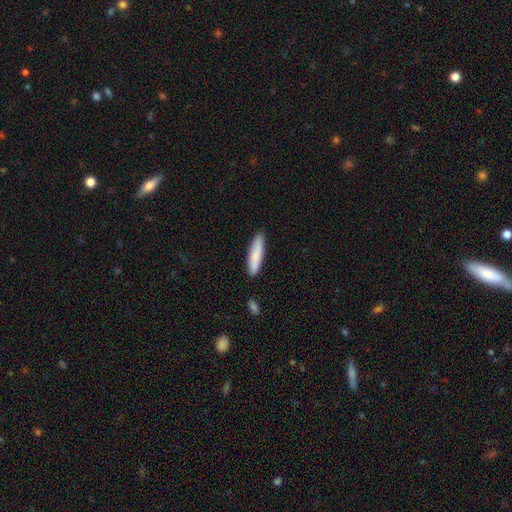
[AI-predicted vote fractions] Smooth or featured? smooth (84%)
How rounded? cigar-shaped (82%)
Merging? none (88%)